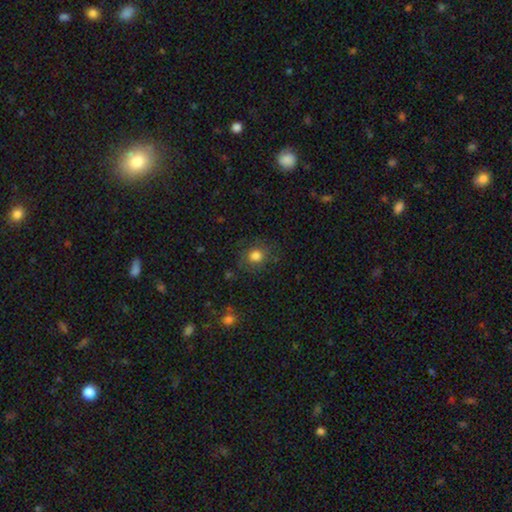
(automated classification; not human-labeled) A smooth galaxy with no disk features (80%) that is round (78%).

Vote fractions:
- Smooth or featured? smooth: 80% / star or artifact: 11% / featured or disk: 9%
- How rounded? round: 78% / in between: 21% / cigar-shaped: 1%
- Merging? none: 78% / minor disturbance: 15% / major disturbance: 6% / merger: 1%